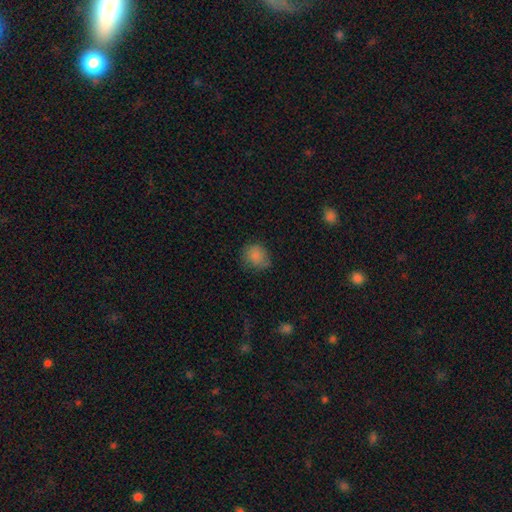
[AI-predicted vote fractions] The model was most divided on "how rounded": round: 70%, in between: 29%, cigar-shaped: 1%. More confident: smooth or featured — smooth (84%); merging — none (70%).